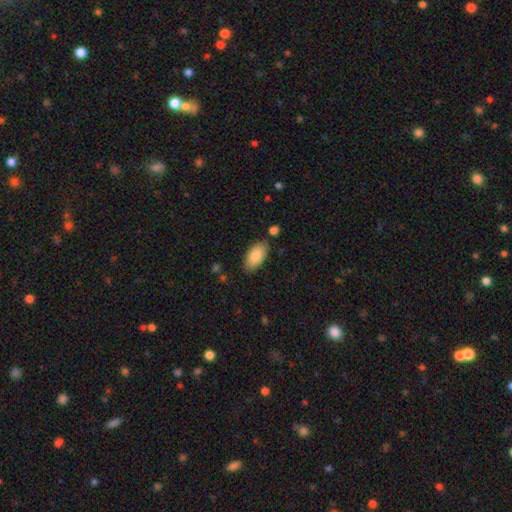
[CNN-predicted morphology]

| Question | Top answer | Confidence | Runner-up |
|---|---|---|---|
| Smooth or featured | smooth | 86% | featured or disk (8%) |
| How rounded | in between | 94% | cigar-shaped (3%) |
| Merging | none | 84% | minor disturbance (11%) |